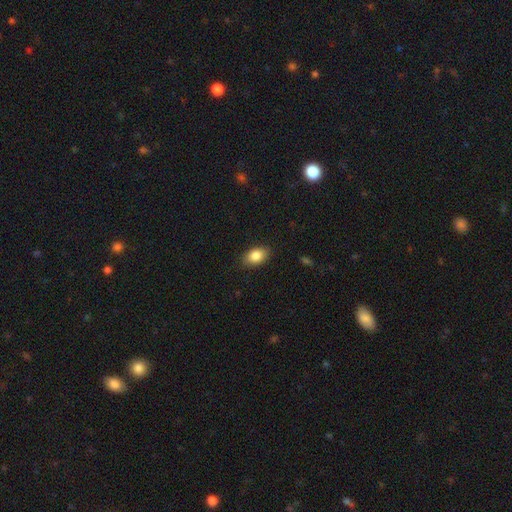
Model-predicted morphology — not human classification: Smooth or featured? smooth (86%)
How rounded? in between (88%)
Merging? none (86%)